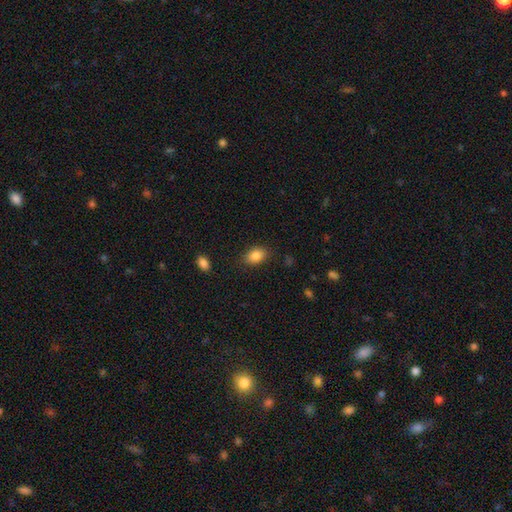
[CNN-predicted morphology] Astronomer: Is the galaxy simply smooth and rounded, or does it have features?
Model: smooth — 85%.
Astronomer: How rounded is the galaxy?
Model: in between — 83%.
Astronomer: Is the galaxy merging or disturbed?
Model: none — 84%.